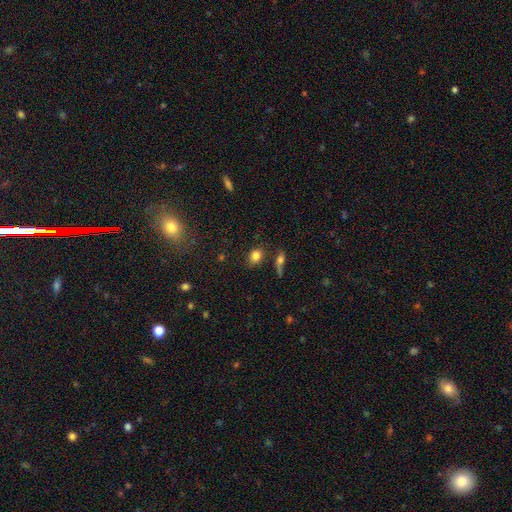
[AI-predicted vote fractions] smooth-or-featured: smooth: 82% | star or artifact: 10% | featured or disk: 8%
  how-rounded: in between: 54% | round: 44% | cigar-shaped: 2%
  merging: none: 76% | minor disturbance: 12% | merger: 8% | major disturbance: 4%